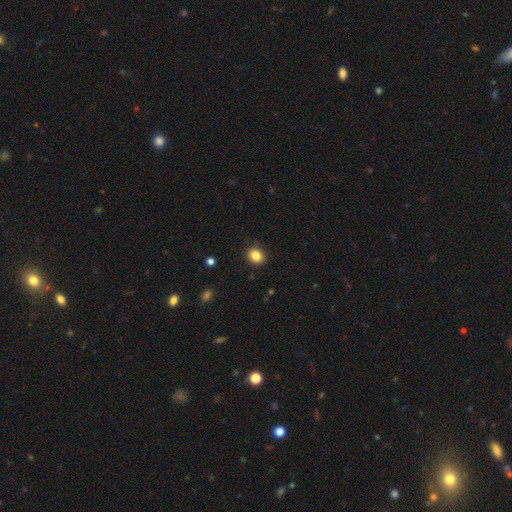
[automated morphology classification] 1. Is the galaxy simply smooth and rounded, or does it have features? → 84% smooth, 10% star or artifact, 5% featured or disk.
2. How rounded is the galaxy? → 65% round, 35% in between, 1% cigar-shaped.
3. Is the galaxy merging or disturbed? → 88% none, 9% minor disturbance, 2% major disturbance, 1% merger.